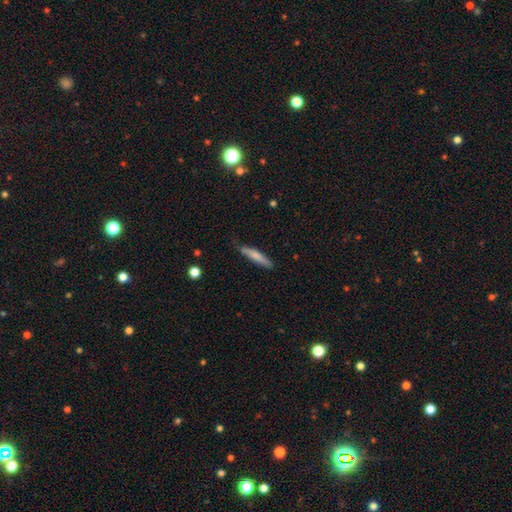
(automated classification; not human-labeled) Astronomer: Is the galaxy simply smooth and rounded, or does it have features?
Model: smooth — 74%.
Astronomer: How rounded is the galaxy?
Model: cigar-shaped — 90%.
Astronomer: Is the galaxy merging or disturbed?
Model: none — 78%.